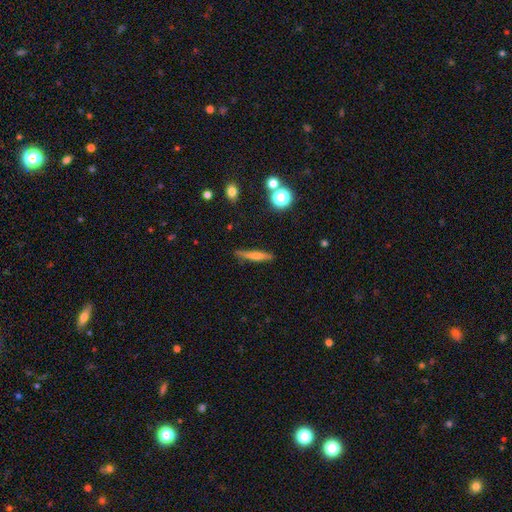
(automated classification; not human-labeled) This appears to be a smooth galaxy with no disk features (64%) that is cigar-shaped (89%). Merging: none (80%).